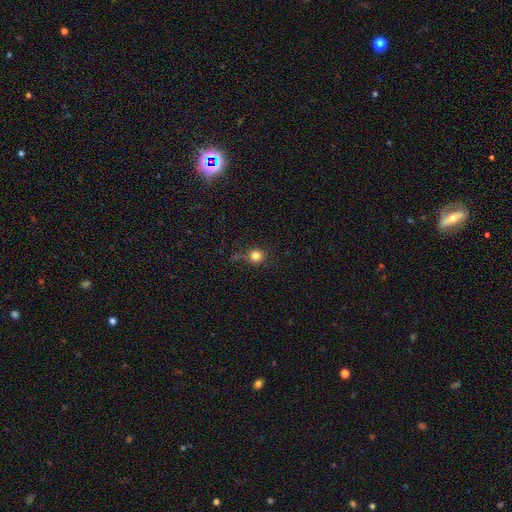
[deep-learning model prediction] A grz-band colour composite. It shows a smooth galaxy with no disk features (82%) that is round (89%). Merging: none (71%).